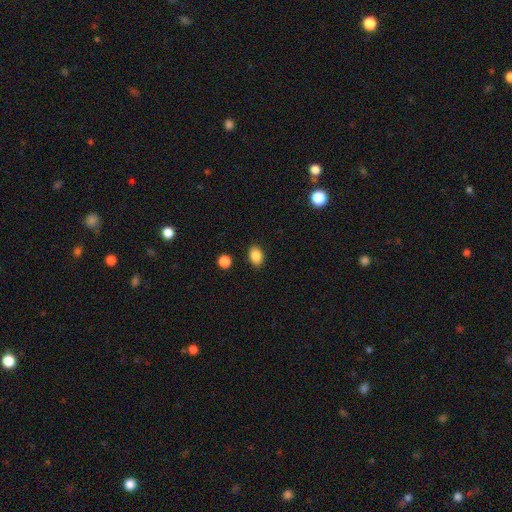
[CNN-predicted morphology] Smooth or featured? Predicted: smooth (p=0.87). How rounded? Predicted: in between (p=0.75). Merging? Predicted: none (p=0.87).